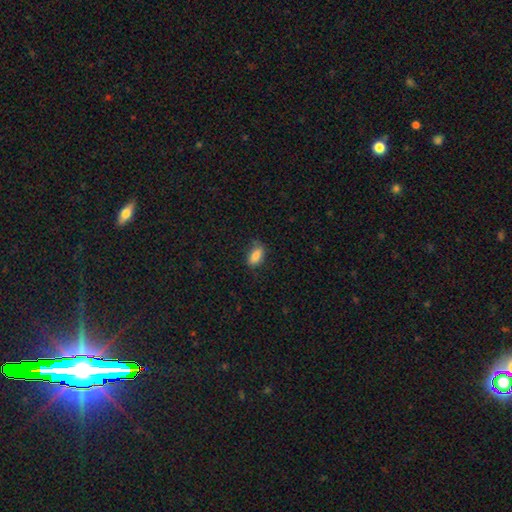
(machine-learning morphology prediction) A smooth galaxy with no disk features (85%) that is in between round and cigar-shaped (89%). Merging: none (73%).